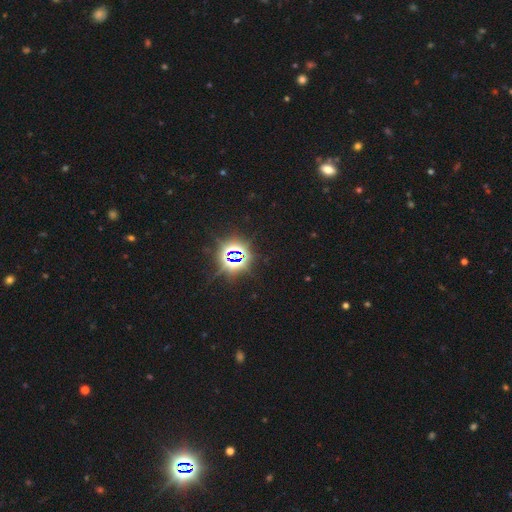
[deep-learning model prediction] Smooth or featured: star or artifact — 82% (smooth — 11%)